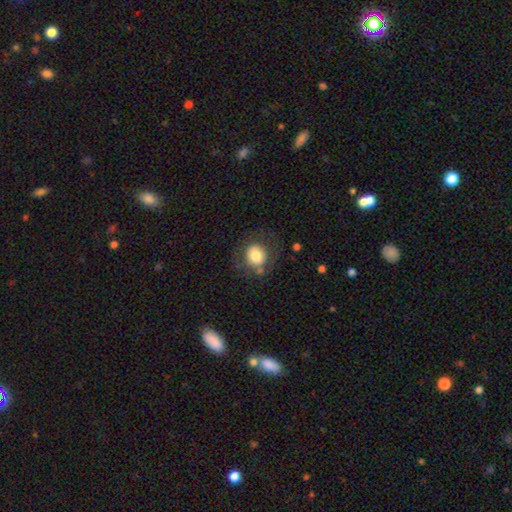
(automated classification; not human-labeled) A smooth galaxy with no disk features (76%) that is round (80%). Merging: none (73%).